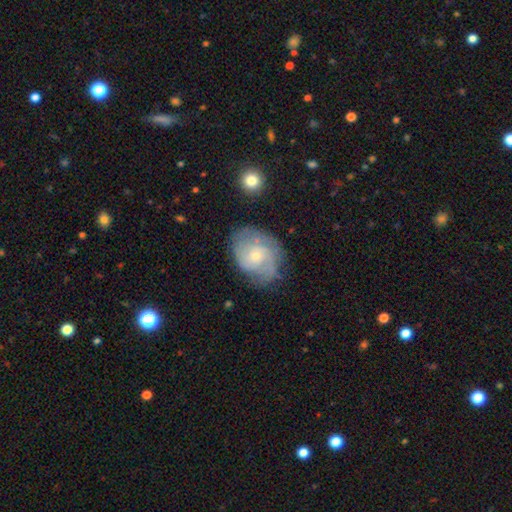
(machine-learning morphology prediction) This appears to be a featured or disk galaxy (65%) with no bar (70%), 2 (40%) medium (42%, tied with tight) spiral arms (85%) and a small central bulge (69%). Merging: none (59%).